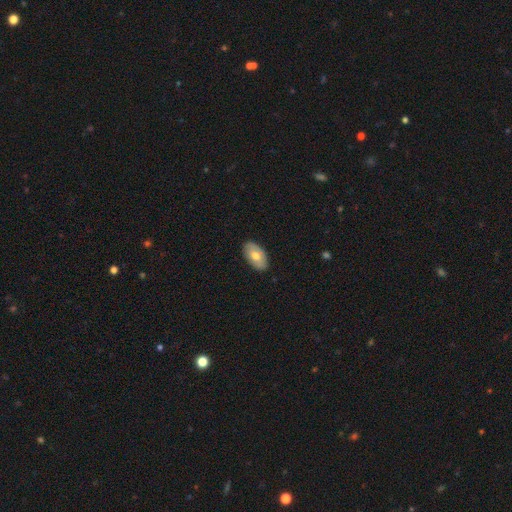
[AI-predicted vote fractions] Smooth or featured? Predicted: smooth (p=0.63). How rounded? Predicted: in between (p=0.94). Merging? Predicted: none (p=0.86).